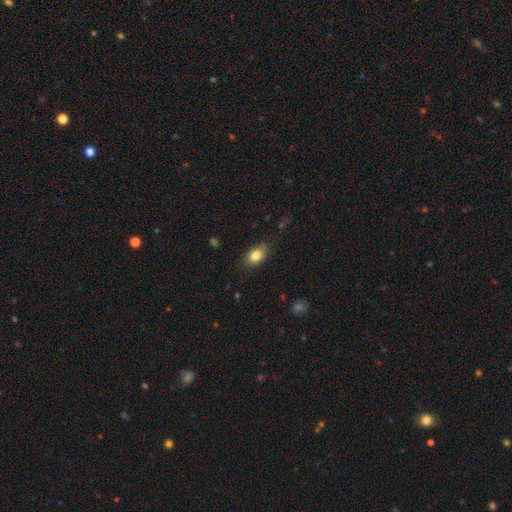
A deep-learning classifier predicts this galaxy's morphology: A smooth galaxy with no disk features (83%) that is in between round and cigar-shaped (87%).

Vote fractions:
- Smooth or featured? smooth: 83% / featured or disk: 9% / star or artifact: 8%
- How rounded? in between: 87% / round: 11% / cigar-shaped: 2%
- Merging? none: 82% / minor disturbance: 14% / major disturbance: 3% / merger: 1%